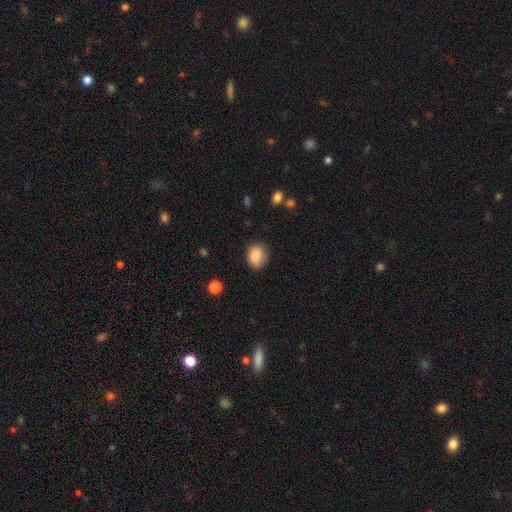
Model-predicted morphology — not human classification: type=smooth (87%); roundness=in between (51%); merging=none (74%).